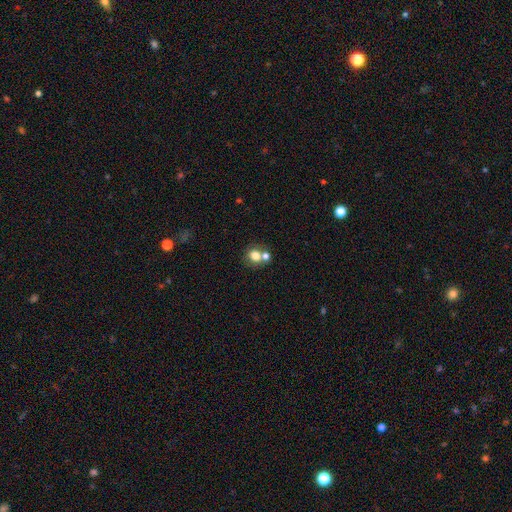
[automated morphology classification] Q: Smooth or featured?
A: smooth (76%); runner-up: featured or disk (12%)
Q: How rounded?
A: round (72%); runner-up: in between (27%)
Q: Merging?
A: none (50%); runner-up: merger (35%)